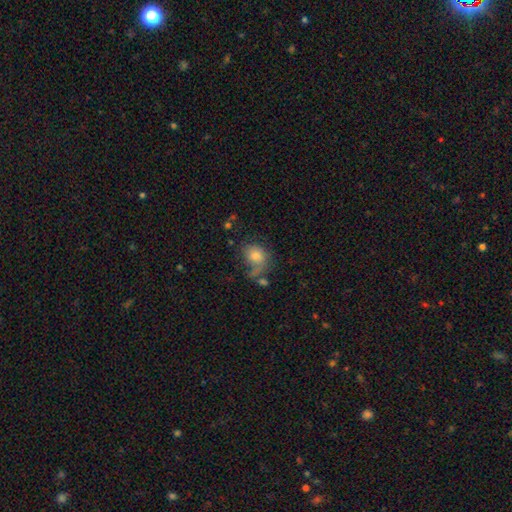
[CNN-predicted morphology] smooth 71%, featured or disk 18%, star or artifact 11%. Down the decision tree: how rounded — round (56%); merging — none (43%).